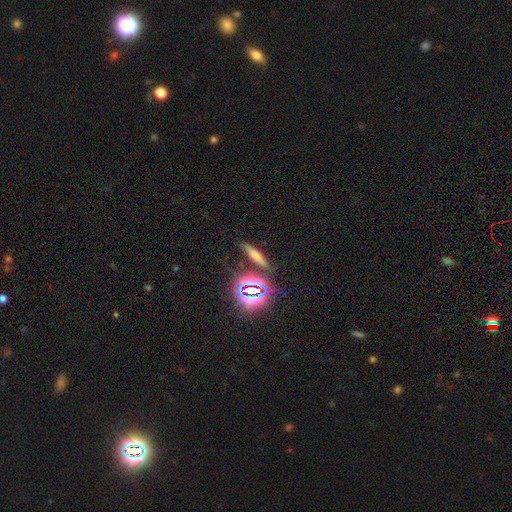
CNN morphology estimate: smooth-or-featured: smooth: 58% | star or artifact: 27% | featured or disk: 16%
  how-rounded: cigar-shaped: 74% | in between: 18% | round: 8%
  merging: none: 79% | minor disturbance: 11% | merger: 6% | major disturbance: 4%